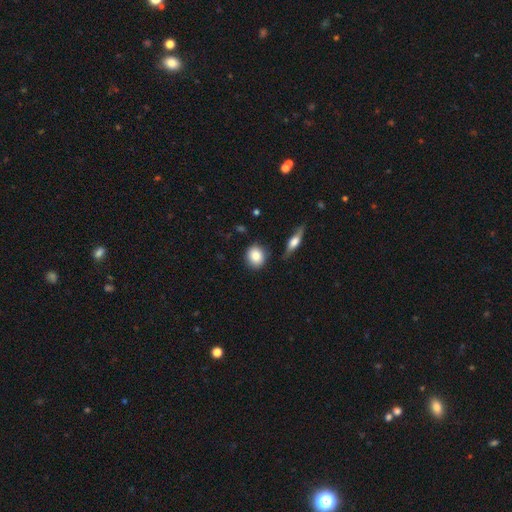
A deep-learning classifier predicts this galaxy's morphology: smooth_or_featured: smooth (p=0.84) [alt: featured or disk p=0.09]
how_rounded: round (p=0.77) [alt: in between p=0.21]
merging: none (p=0.84) [alt: minor disturbance p=0.09]